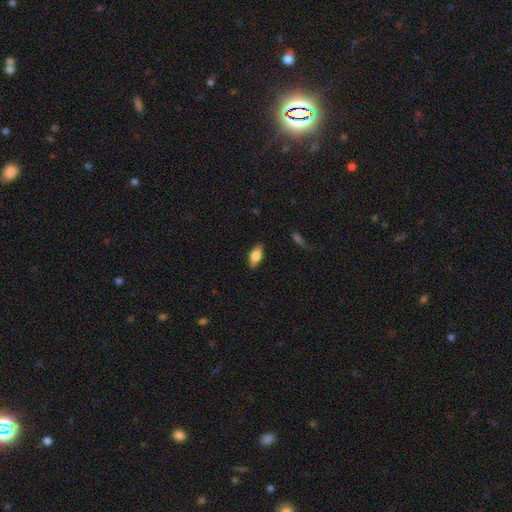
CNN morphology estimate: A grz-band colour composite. It shows a smooth galaxy with no disk features (71%) that is in between round and cigar-shaped (82%). Merging: none (86%).